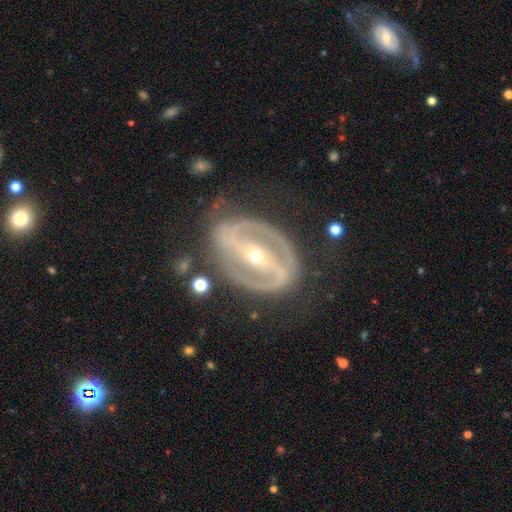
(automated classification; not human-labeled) smooth-or-featured: featured or disk: 89% | smooth: 6% | star or artifact: 5%
  disk-edge-on: no: 94% | yes: 6%
    bar: strong: 74% | weak: 16% | no: 9%
    has-spiral-arms: yes: 83% | no: 17%
      spiral-winding: tight: 50% | medium: 37% | loose: 13%
      spiral-arm-count: 2: 80% | can't tell: 10% | 3: 4% | 1: 3% | 4: 1% | more than 4: 1%
    bulge-size: small: 66% | moderate: 31% | large: 1% | dominant: 1% | none: 1%
  merging: none: 68% | minor disturbance: 18% | major disturbance: 12% | merger: 2%